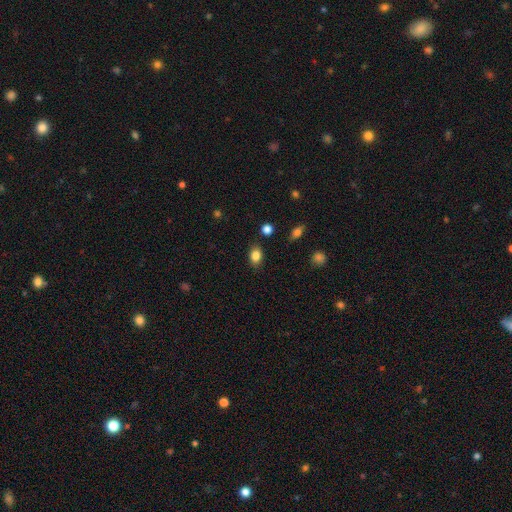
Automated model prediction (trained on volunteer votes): Morphology: type=smooth (84%); roundness=in between (74%); merging=none (85%).